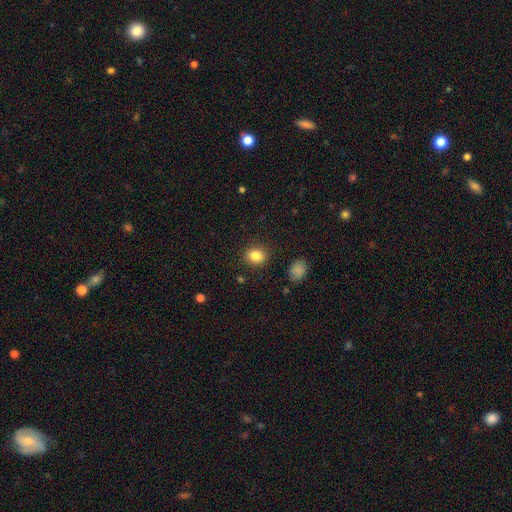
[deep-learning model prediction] The model was most divided on "how rounded": round: 64%, in between: 35%, cigar-shaped: 1%. More confident: merging — none (88%); smooth or featured — smooth (85%).